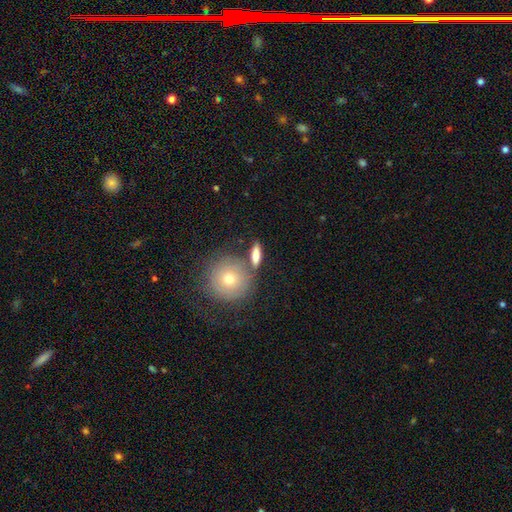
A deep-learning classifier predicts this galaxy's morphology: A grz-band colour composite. It shows a smooth galaxy with no disk features (67%) that is in between round and cigar-shaped (44%). Merging: none (70%).